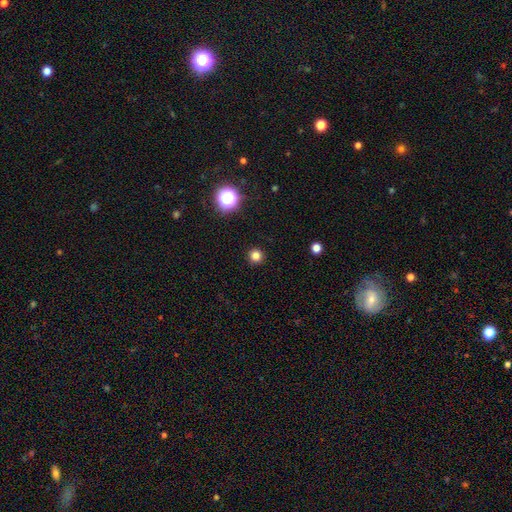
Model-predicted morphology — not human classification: Smooth or featured?
  - smooth: 81% *
  - star or artifact: 15%
  - featured or disk: 4%
How rounded?
  - round: 95% *
  - in between: 4%
  - cigar-shaped: 1%
Merging?
  - none: 93% *
  - minor disturbance: 4%
  - major disturbance: 2%
  - merger: 1%